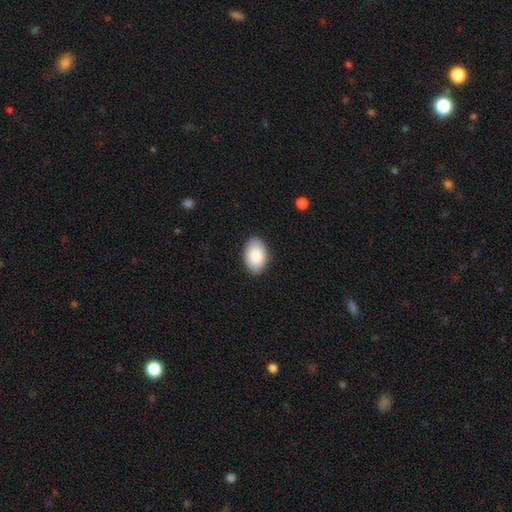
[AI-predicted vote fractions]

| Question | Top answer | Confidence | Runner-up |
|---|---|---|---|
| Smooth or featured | smooth | 86% | featured or disk (8%) |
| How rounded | in between | 92% | round (7%) |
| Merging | none | 87% | minor disturbance (10%) |